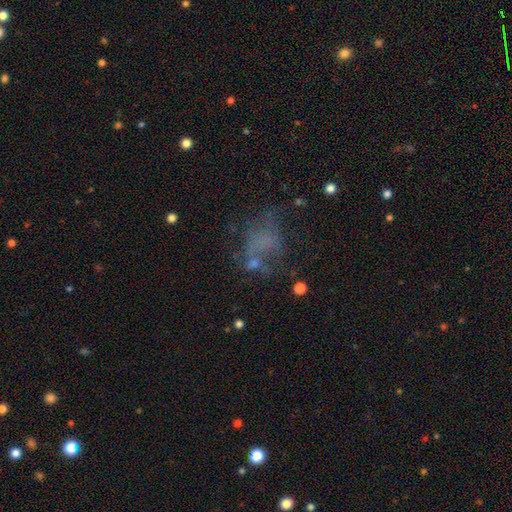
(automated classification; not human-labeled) A smooth galaxy with no disk features (38%, tied with featured or disk). Merging: none (38%).